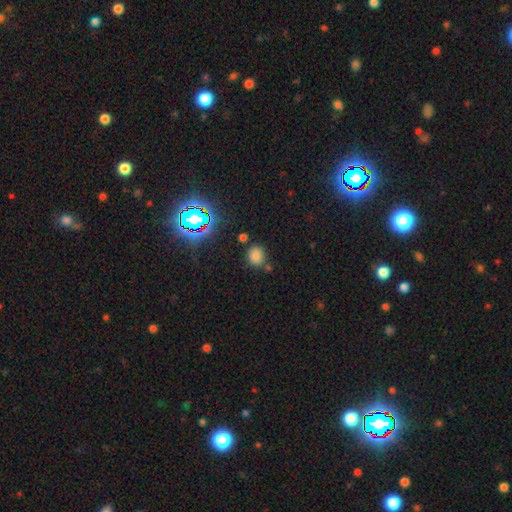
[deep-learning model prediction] Smooth or featured?
  - smooth: 73% *
  - star or artifact: 21%
  - featured or disk: 6%
How rounded?
  - round: 70% *
  - in between: 29%
  - cigar-shaped: 1%
Merging?
  - none: 73% *
  - minor disturbance: 13%
  - merger: 9%
  - major disturbance: 4%